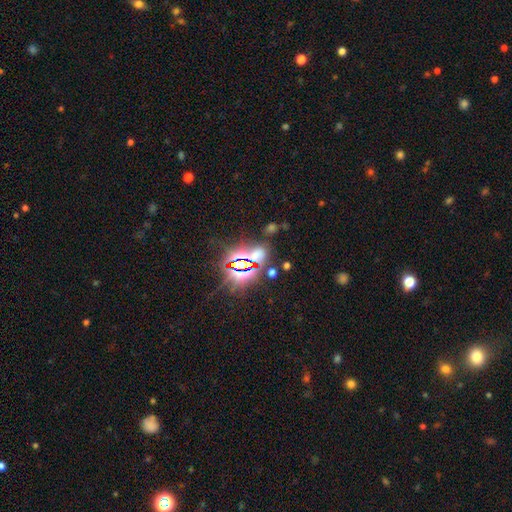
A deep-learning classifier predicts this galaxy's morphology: Q: Smooth or featured?
A: star or artifact (69%); runner-up: smooth (23%)